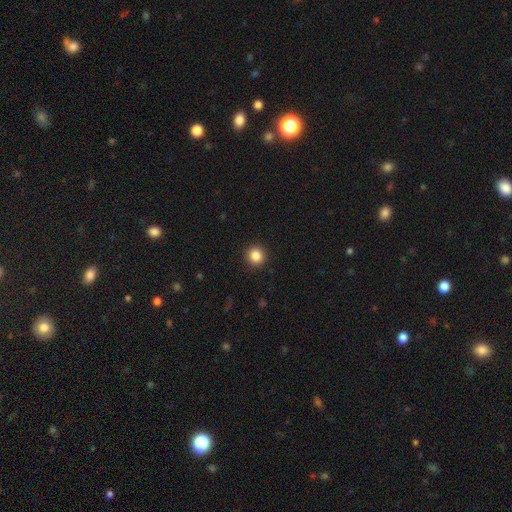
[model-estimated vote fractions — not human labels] Smooth or featured? Predicted: smooth (p=0.85). How rounded? Predicted: round (p=0.93). Merging? Predicted: none (p=0.93).